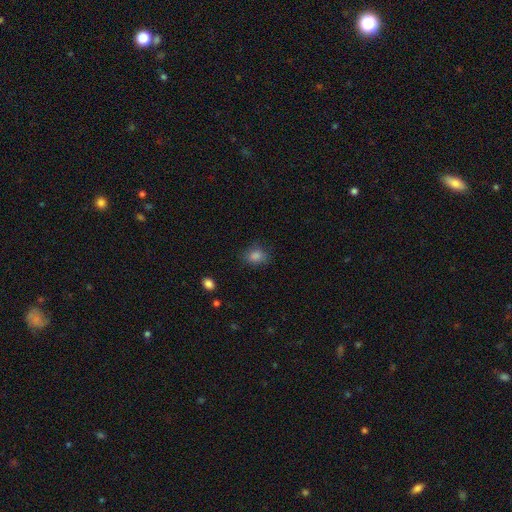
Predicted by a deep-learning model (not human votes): This appears to be a smooth galaxy with no disk features (82%) that is in between round and cigar-shaped (56%). Merging: none (80%).